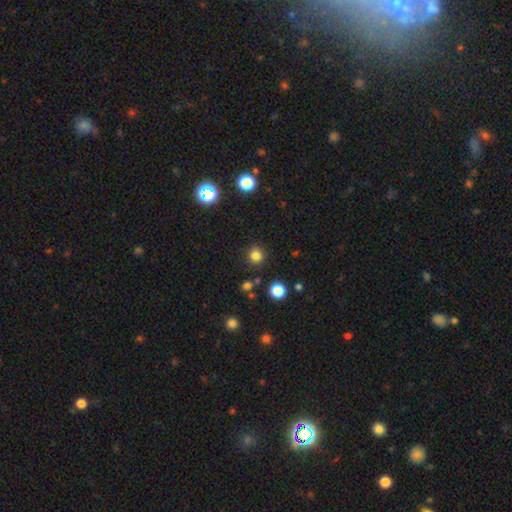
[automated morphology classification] Smooth or featured? smooth (81%)
How rounded? round (91%)
Merging? none (86%)